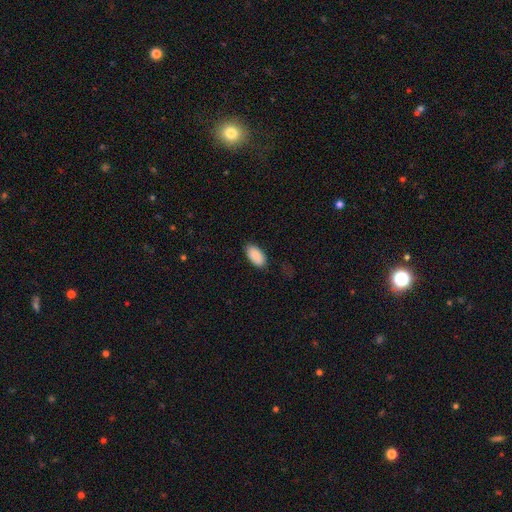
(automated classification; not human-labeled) Morphology: type=smooth (88%); roundness=in between (95%); merging=none (82%).